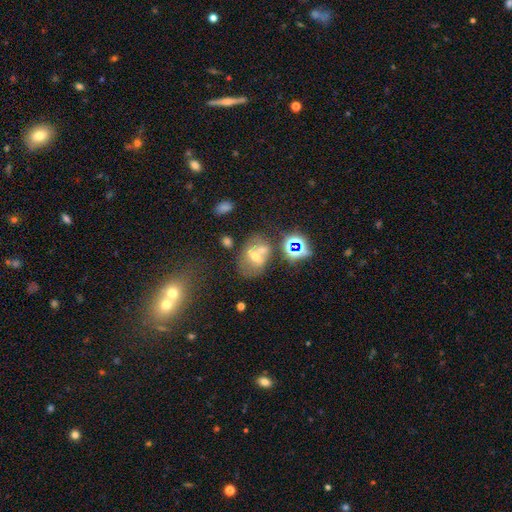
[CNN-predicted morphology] Smooth or featured: featured or disk — 38% (smooth — 37%)
Merging: none — 39% (merger — 38%)